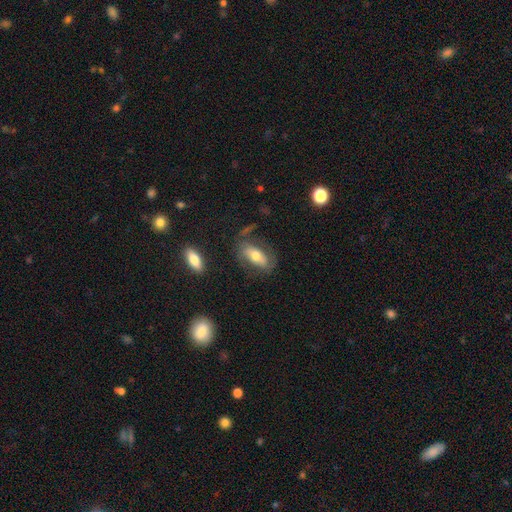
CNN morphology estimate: Smooth or featured? Predicted: smooth (p=0.55). How rounded? Predicted: in between (p=0.84). Merging? Predicted: none (p=0.62).